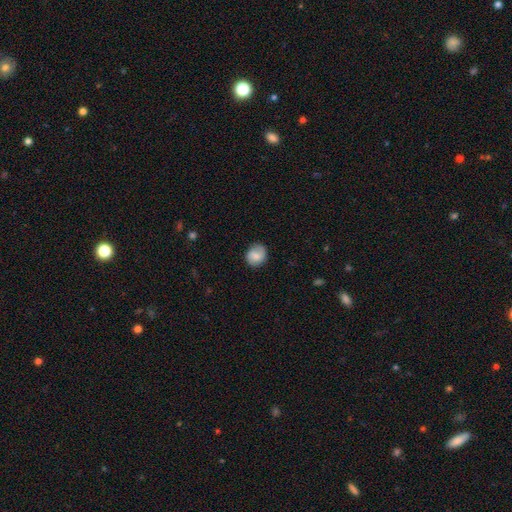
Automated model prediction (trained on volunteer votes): This is likely a smooth galaxy (70%). How rounded: likely round (75%). Merging: likely none (78%).